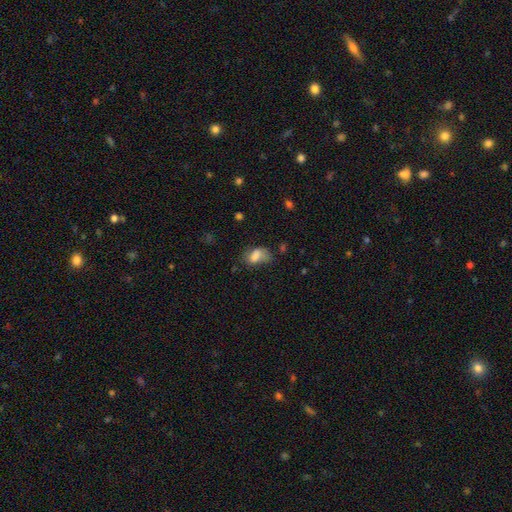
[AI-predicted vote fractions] This is likely a smooth galaxy (74%). How rounded: clearly in between (85%). Merging: marginally none (37%).